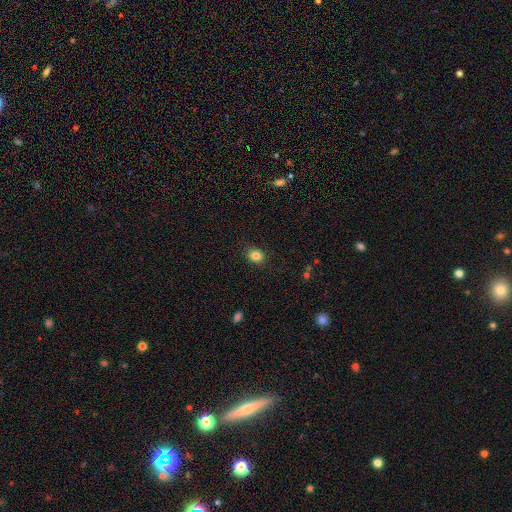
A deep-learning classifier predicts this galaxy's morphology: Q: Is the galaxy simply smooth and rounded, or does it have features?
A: smooth — 84%.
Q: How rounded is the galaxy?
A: round — 58%.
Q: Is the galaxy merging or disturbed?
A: none — 89%.